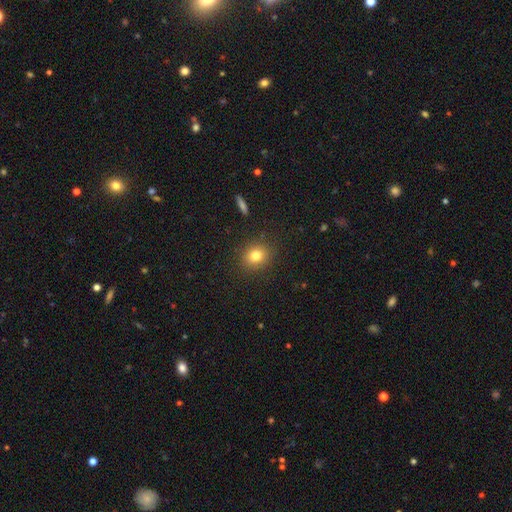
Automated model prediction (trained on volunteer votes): Smooth or featured?
  - smooth: 79% *
  - star or artifact: 12%
  - featured or disk: 9%
How rounded?
  - round: 70% *
  - in between: 28%
  - cigar-shaped: 1%
Merging?
  - none: 88% *
  - minor disturbance: 8%
  - major disturbance: 3%
  - merger: 1%